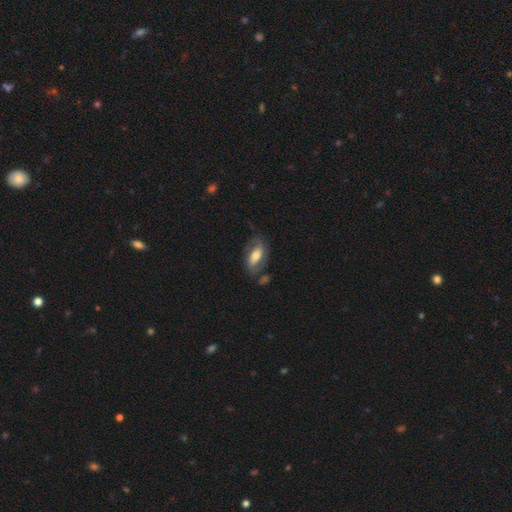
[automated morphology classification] The model was most divided on "smooth or featured": featured or disk: 52%, smooth: 41%, star or artifact: 6%. More confident: edge-on disk — no (89%); merging — none (55%).